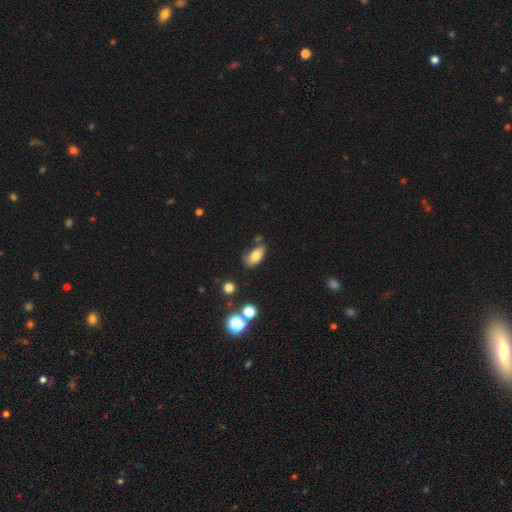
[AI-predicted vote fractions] The model was most divided on "merging": none: 56%, minor disturbance: 28%, major disturbance: 8%, merger: 8%. More confident: how rounded — in between (89%); smooth or featured — smooth (76%).